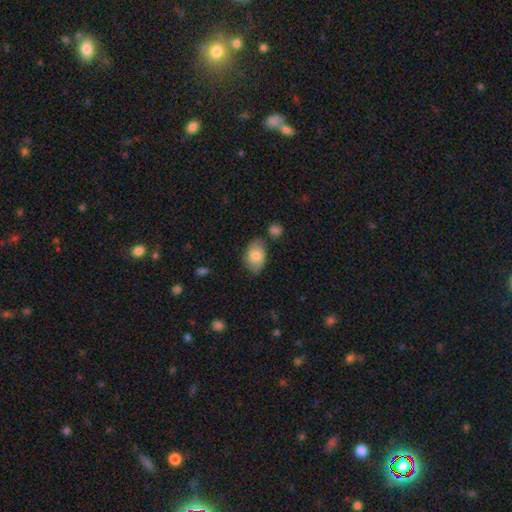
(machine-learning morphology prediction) Overall: smooth (75%). How rounded: in between (86%). Merging: none (67%).